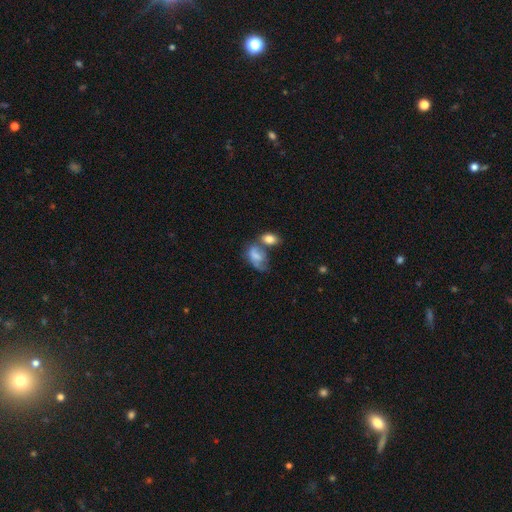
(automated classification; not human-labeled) smooth 66%, featured or disk 26%, star or artifact 9%. Down the decision tree: how rounded — in between (88%); merging — merger (38%).